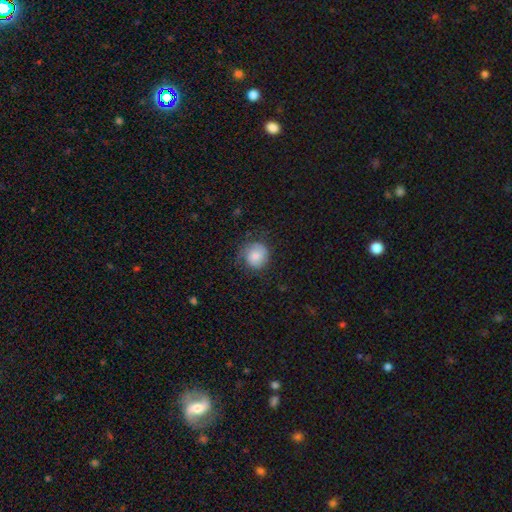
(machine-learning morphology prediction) Q: Smooth or featured?
A: smooth (71%); runner-up: featured or disk (22%)
Q: How rounded?
A: round (85%); runner-up: in between (14%)
Q: Merging?
A: none (63%); runner-up: minor disturbance (24%)